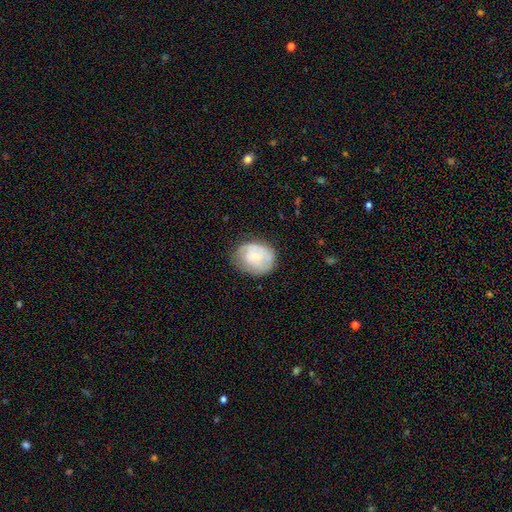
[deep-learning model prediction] This appears to be a smooth galaxy with no disk features (55%) that is round (53%). Merging: none (63%).